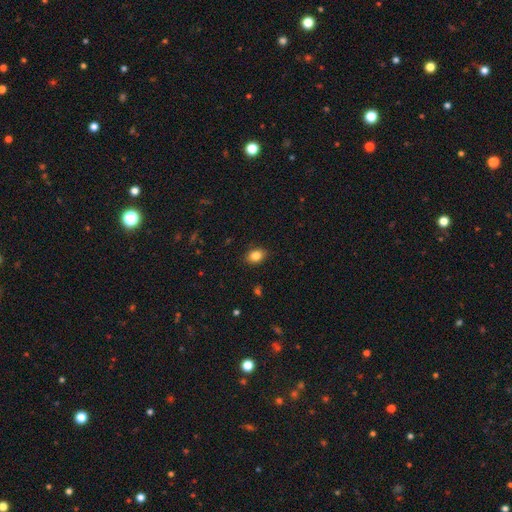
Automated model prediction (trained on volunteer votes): Smooth or featured: smooth — 84% (star or artifact — 10%)
How rounded: in between — 67% (round — 32%)
Merging: none — 86% (minor disturbance — 10%)